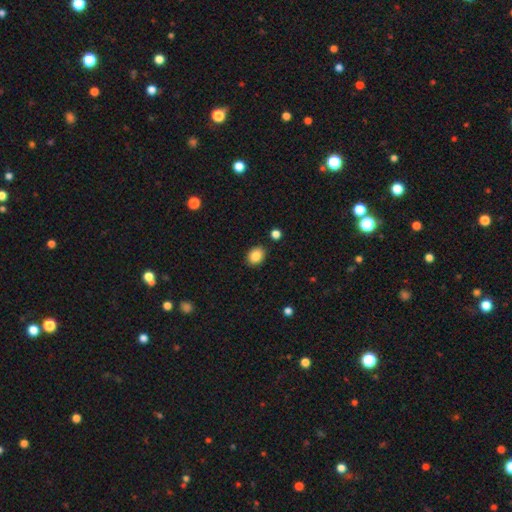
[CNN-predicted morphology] smooth_or_featured: smooth (p=0.86) [alt: star or artifact p=0.09]
how_rounded: in between (p=0.57) [alt: round p=0.42]
merging: none (p=0.86) [alt: minor disturbance p=0.09]